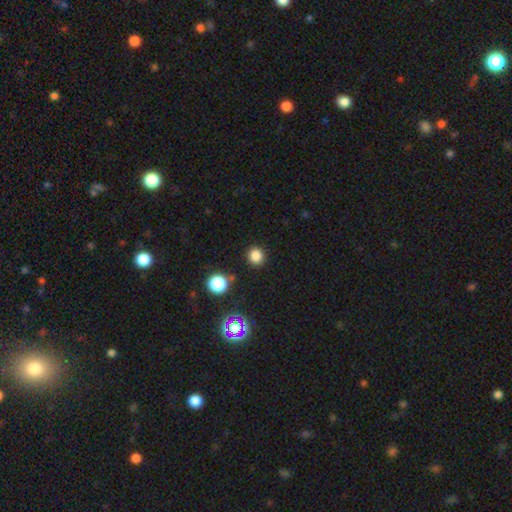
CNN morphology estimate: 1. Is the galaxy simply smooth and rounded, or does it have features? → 81% smooth, 15% star or artifact, 4% featured or disk.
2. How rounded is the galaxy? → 89% round, 10% in between, 1% cigar-shaped.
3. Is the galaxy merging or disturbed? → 88% none, 7% minor disturbance, 3% major disturbance, 2% merger.